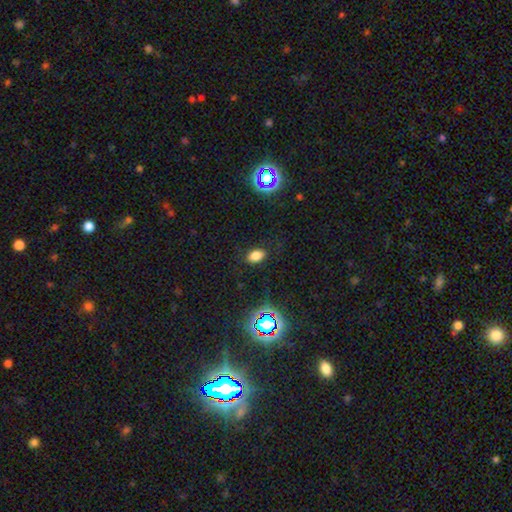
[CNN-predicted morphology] smooth 75%, star or artifact 17%, featured or disk 7%. Down the decision tree: how rounded — in between (86%); merging — none (85%).